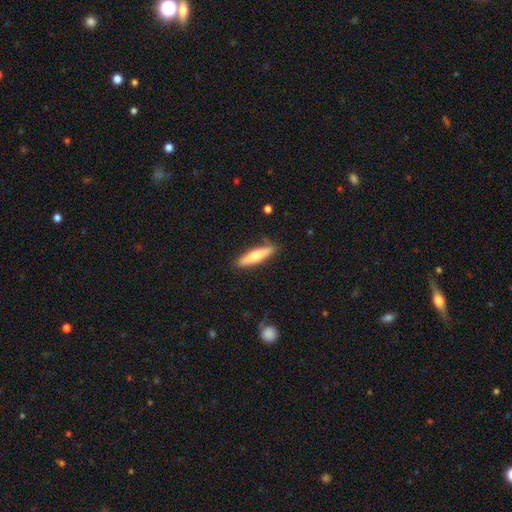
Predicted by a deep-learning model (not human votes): A smooth galaxy with no disk features (66%) that is cigar-shaped (80%). Merging: none (86%).